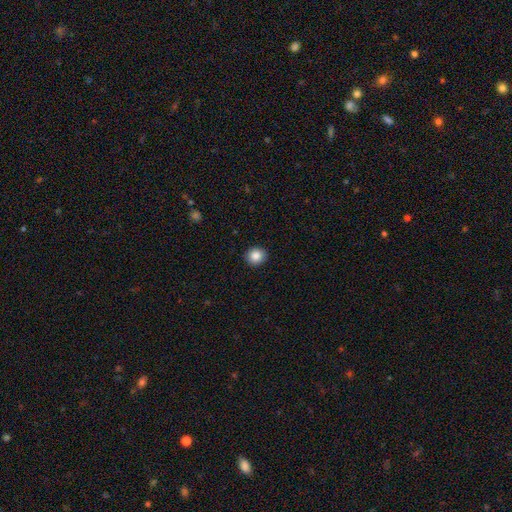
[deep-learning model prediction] Smooth or featured? Predicted: smooth (p=0.86). How rounded? Predicted: round (p=0.84). Merging? Predicted: none (p=0.92).